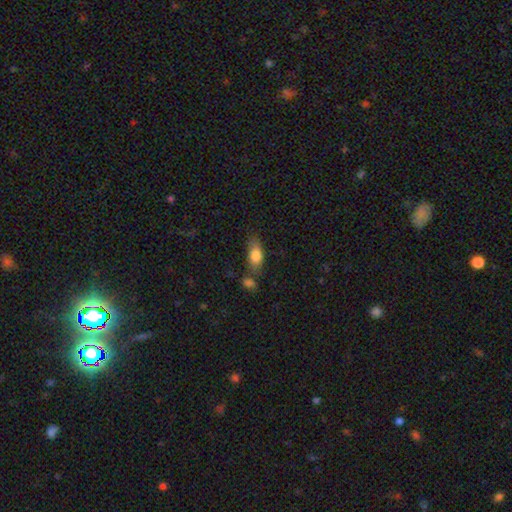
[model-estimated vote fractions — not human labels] Smooth or featured? Predicted: smooth (p=0.80). How rounded? Predicted: in between (p=0.82). Merging? Predicted: none (p=0.58).